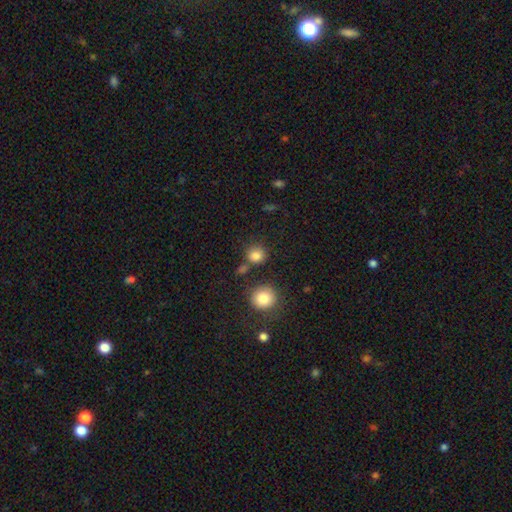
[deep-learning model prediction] Q: Smooth or featured?
A: smooth (83%); runner-up: star or artifact (12%)
Q: How rounded?
A: round (89%); runner-up: in between (10%)
Q: Merging?
A: none (74%); runner-up: merger (12%)